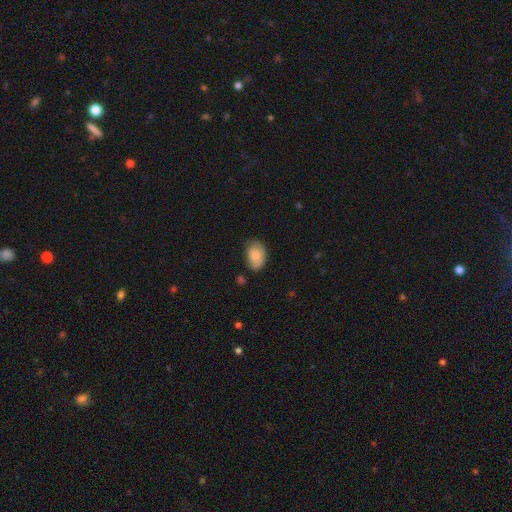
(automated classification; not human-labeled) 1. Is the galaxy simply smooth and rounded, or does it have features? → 79% smooth, 14% featured or disk, 7% star or artifact.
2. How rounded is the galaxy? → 86% in between, 13% round, 1% cigar-shaped.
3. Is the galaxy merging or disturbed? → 60% none, 30% minor disturbance, 8% major disturbance, 2% merger.